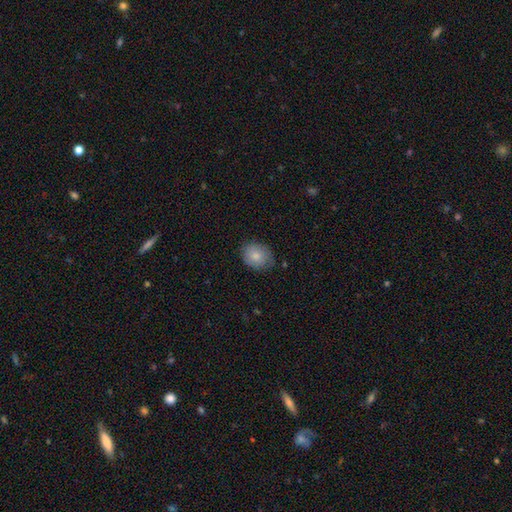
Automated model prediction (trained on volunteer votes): Smooth or featured? smooth (81%)
How rounded? round (50%)
Merging? none (75%)